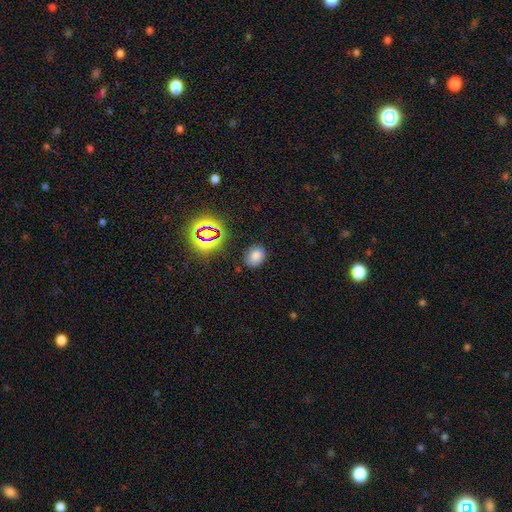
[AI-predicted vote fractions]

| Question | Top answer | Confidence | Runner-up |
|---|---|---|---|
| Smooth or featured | smooth | 72% | star or artifact (20%) |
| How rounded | in between | 59% | round (40%) |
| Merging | none | 80% | minor disturbance (14%) |